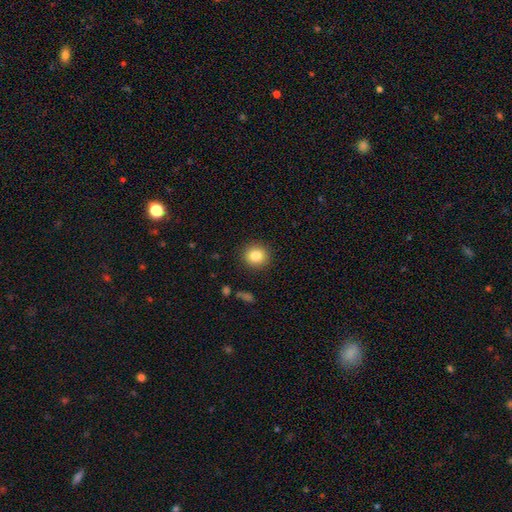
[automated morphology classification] type=smooth (84%); roundness=round (87%); merging=none (90%).